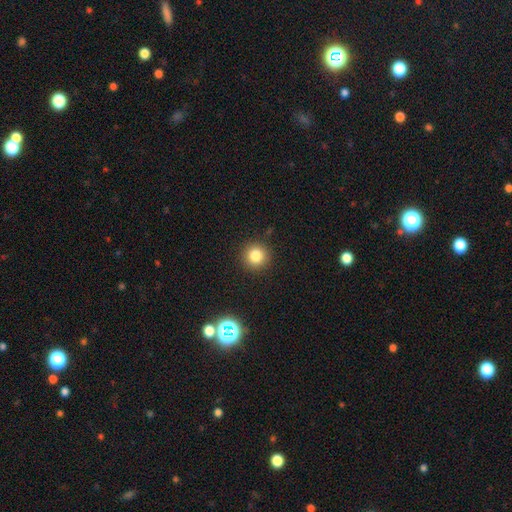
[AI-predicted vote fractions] Smooth or featured: smooth — 81% (star or artifact — 13%)
How rounded: round — 93% (in between — 6%)
Merging: none — 90% (minor disturbance — 6%)